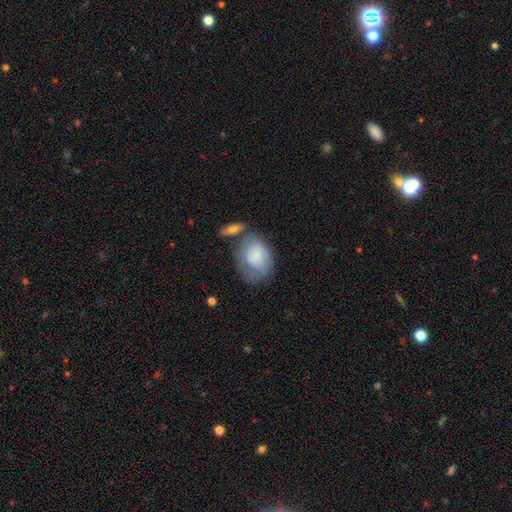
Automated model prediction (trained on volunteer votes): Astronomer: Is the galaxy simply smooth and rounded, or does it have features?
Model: smooth — 76%.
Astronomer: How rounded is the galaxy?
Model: in between — 72%.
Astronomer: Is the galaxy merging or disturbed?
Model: none — 41% (runner-up: minor disturbance, 28%).